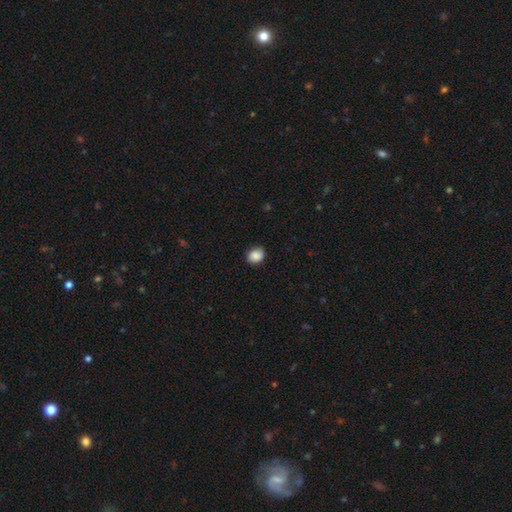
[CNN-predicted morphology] Smooth or featured? Predicted: smooth (p=0.88). How rounded? Predicted: round (p=0.53). Merging? Predicted: none (p=0.85).